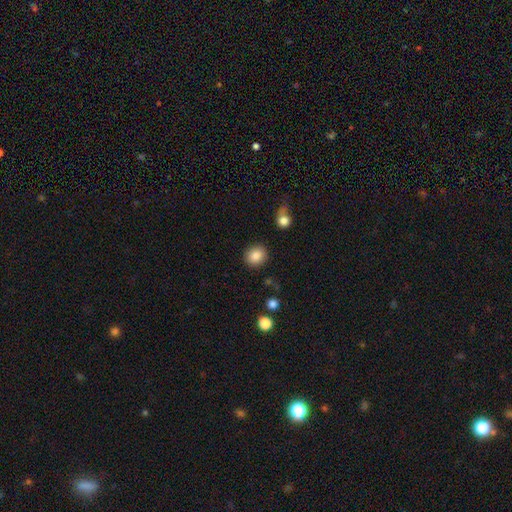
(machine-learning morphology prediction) This is clearly a smooth galaxy (86%). How rounded: clearly round (80%). Merging: clearly none (88%).